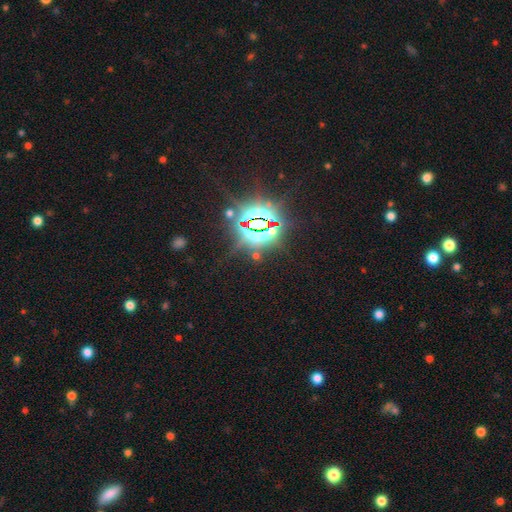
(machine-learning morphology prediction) Q: Smooth or featured?
A: star or artifact (84%); runner-up: smooth (8%)